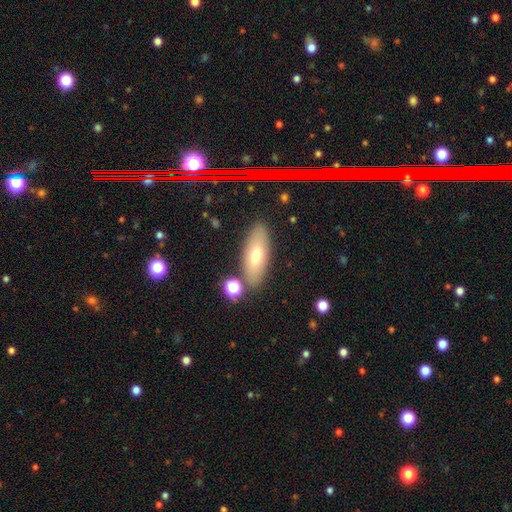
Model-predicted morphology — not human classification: A smooth galaxy with no disk features (65%) that is in between round and cigar-shaped (70%). Merging: none (83%).